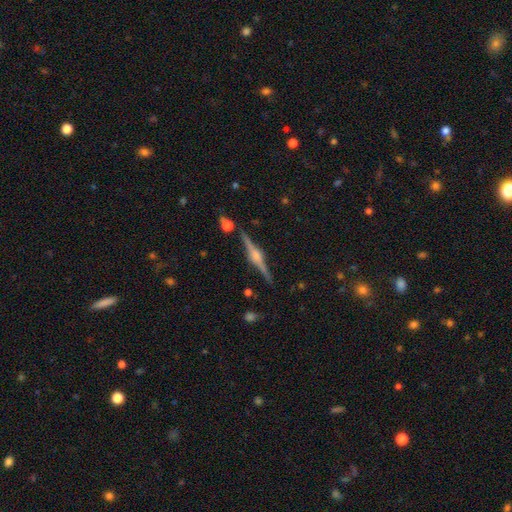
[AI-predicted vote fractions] featured or disk 86%, smooth 8%, star or artifact 7%. Down the decision tree: edge-on disk — yes (98%); edge-on bulge — rounded (89%); merging — none (88%).